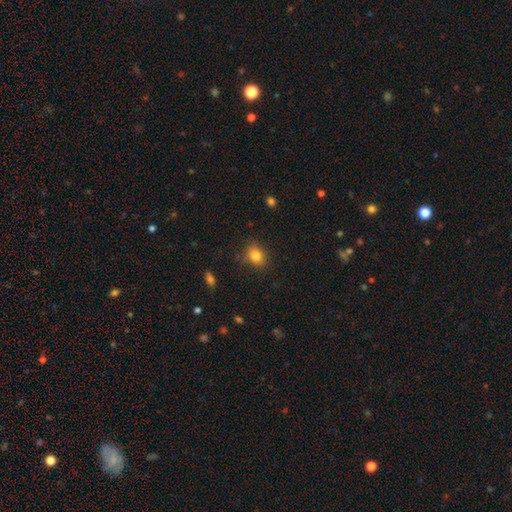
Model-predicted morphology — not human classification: This appears to be a smooth galaxy with no disk features (82%) that is round (54%). Merging: none (84%).